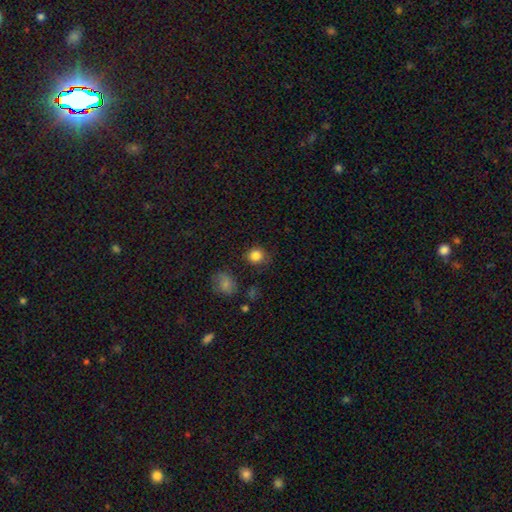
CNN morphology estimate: Q: Smooth or featured?
A: smooth (85%); runner-up: star or artifact (11%)
Q: How rounded?
A: round (85%); runner-up: in between (14%)
Q: Merging?
A: none (79%); runner-up: minor disturbance (14%)